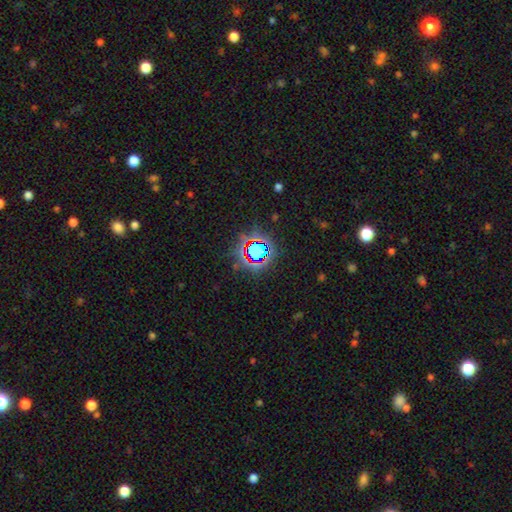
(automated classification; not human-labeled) The model was most divided on "smooth or featured": star or artifact: 73%, smooth: 17%, featured or disk: 9%.